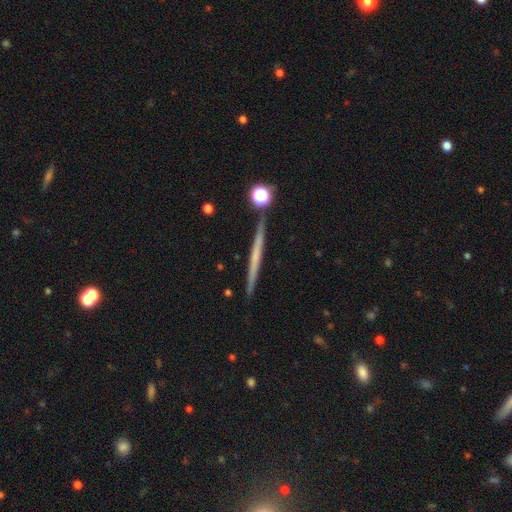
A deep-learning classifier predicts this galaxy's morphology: type=featured or disk (55%); edge-on=yes (97%); edge-on bulge=none (88%); merging=none (89%).